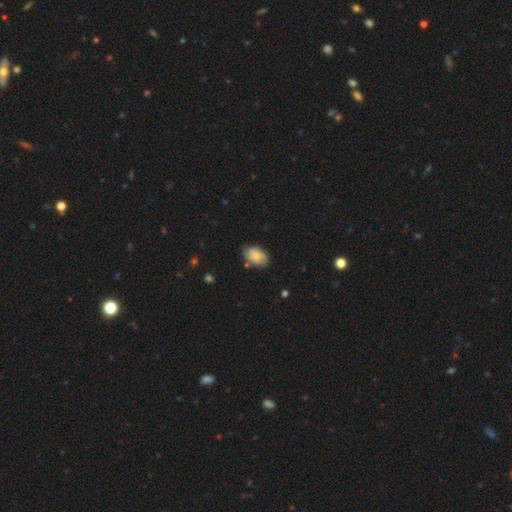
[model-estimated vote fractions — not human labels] A smooth galaxy with no disk features (61%) that is in between round and cigar-shaped (85%).

Vote fractions:
- Smooth or featured? smooth: 61% / featured or disk: 30% / star or artifact: 8%
- How rounded? in between: 85% / round: 14% / cigar-shaped: 1%
- Merging? none: 69% / minor disturbance: 23% / major disturbance: 6% / merger: 2%